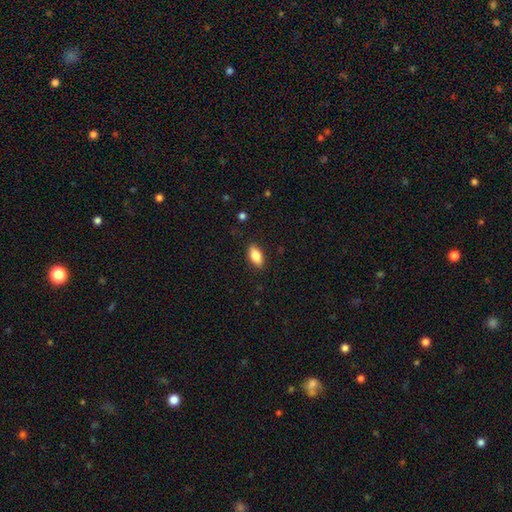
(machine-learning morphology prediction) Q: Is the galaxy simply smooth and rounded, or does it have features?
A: smooth — 83%.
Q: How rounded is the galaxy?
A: in between — 90%.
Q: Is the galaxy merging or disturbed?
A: none — 86%.